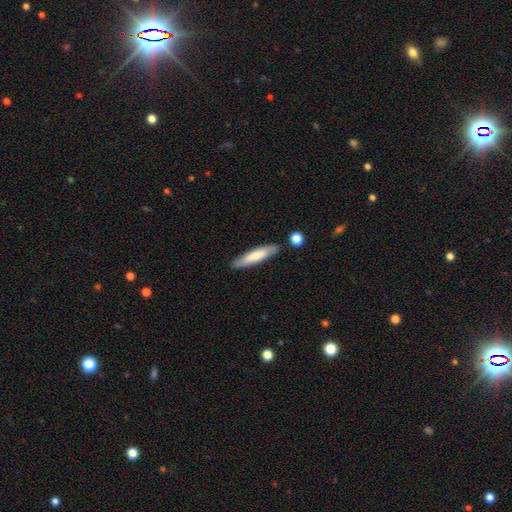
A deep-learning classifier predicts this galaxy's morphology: Smooth or featured? Predicted: smooth (p=0.65). How rounded? Predicted: cigar-shaped (p=0.80). Merging? Predicted: none (p=0.82).